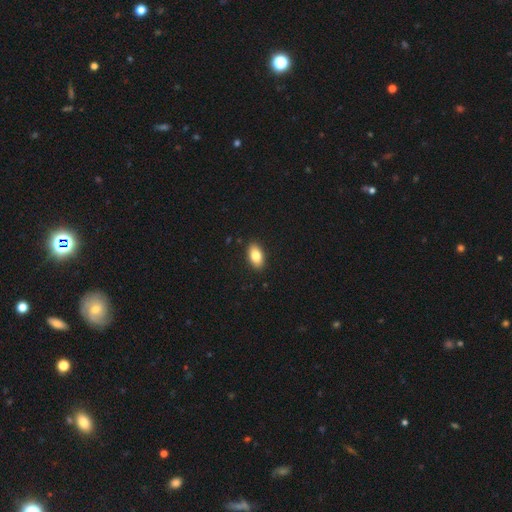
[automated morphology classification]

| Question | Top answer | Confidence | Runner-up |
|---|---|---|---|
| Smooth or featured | smooth | 82% | featured or disk (10%) |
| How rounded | in between | 92% | round (5%) |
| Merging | none | 89% | minor disturbance (8%) |